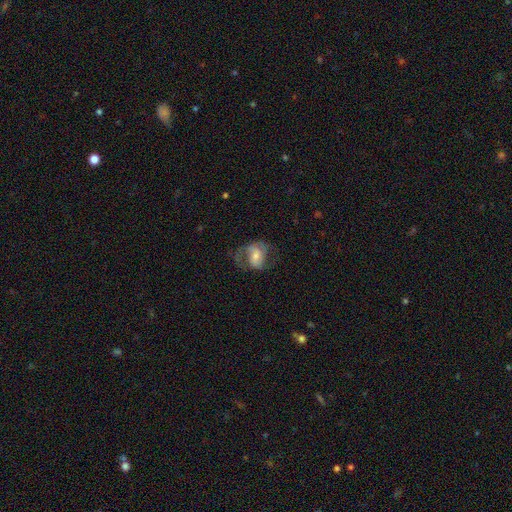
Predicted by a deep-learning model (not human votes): Smooth or featured? Predicted: featured or disk (p=0.64). Edge-on disk? Predicted: no (p=0.97). Bar? Predicted: weak (p=0.41). Spiral arms? Predicted: yes (p=0.85). Spiral winding? Predicted: medium (p=0.49). Spiral arm count? Predicted: 2 (p=0.76). Bulge size? Predicted: moderate (p=0.48). Merging? Predicted: none (p=0.53).